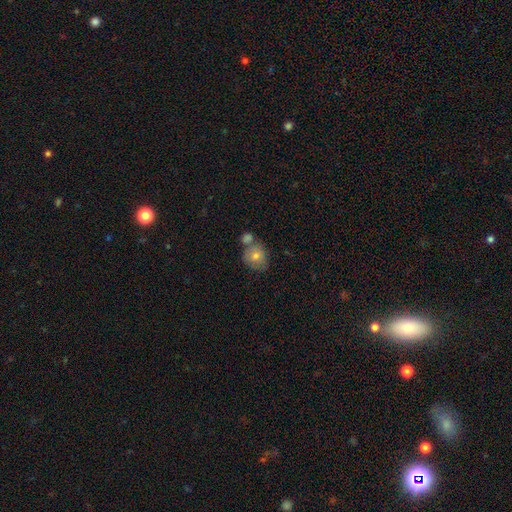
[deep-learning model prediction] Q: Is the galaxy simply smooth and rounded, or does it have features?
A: smooth — 72%.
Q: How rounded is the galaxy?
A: round — 71%.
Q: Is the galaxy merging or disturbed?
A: none — 49%.